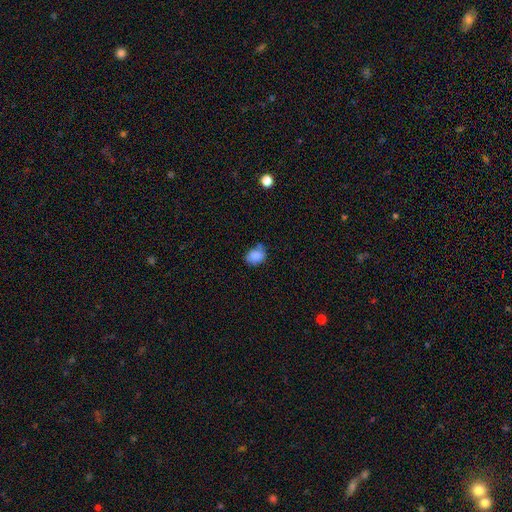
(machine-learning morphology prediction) smooth-or-featured: smooth: 81% | star or artifact: 9% | featured or disk: 9%
  how-rounded: in between: 50% | round: 49% | cigar-shaped: 1%
  merging: none: 50% | minor disturbance: 32% | major disturbance: 10% | merger: 8%